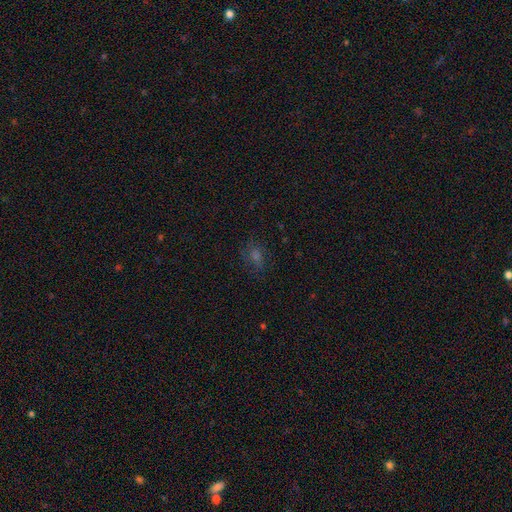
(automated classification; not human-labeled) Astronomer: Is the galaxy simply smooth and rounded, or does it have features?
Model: smooth — 40% (runner-up: star or artifact, 34%).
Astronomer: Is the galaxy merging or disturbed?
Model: none — 76%.